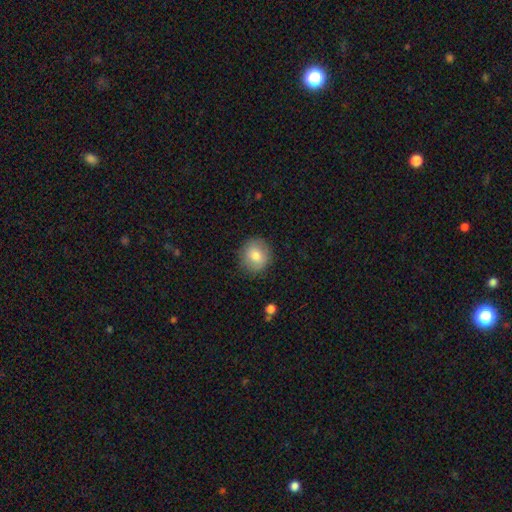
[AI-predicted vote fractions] Smooth or featured? Predicted: smooth (p=0.80). How rounded? Predicted: round (p=0.85). Merging? Predicted: none (p=0.86).